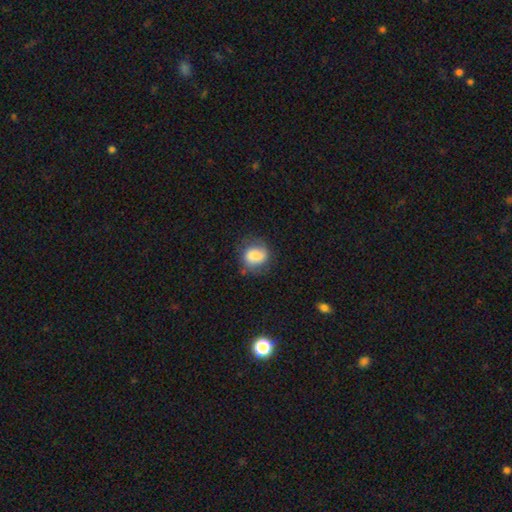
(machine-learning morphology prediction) A smooth galaxy with no disk features (69%) that is round (65%).

Vote fractions:
- Smooth or featured? smooth: 69% / featured or disk: 22% / star or artifact: 8%
- How rounded? round: 65% / in between: 34% / cigar-shaped: 1%
- Merging? none: 69% / minor disturbance: 21% / major disturbance: 8% / merger: 2%